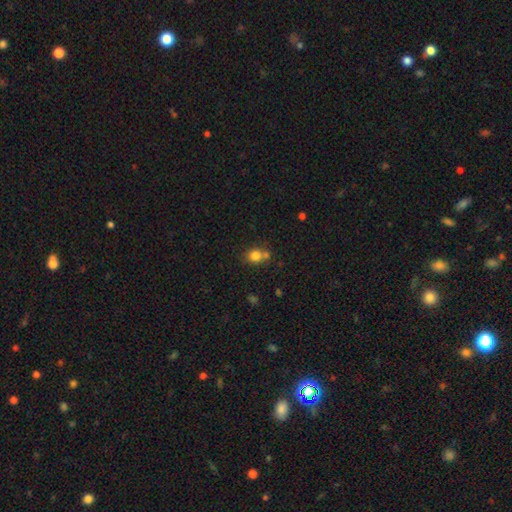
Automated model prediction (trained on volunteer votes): A smooth galaxy with no disk features (79%) that is round (69%).

Vote fractions:
- Smooth or featured? smooth: 79% / star or artifact: 12% / featured or disk: 9%
- How rounded? round: 69% / in between: 30% / cigar-shaped: 1%
- Merging? none: 55% / merger: 29% / minor disturbance: 12% / major disturbance: 4%